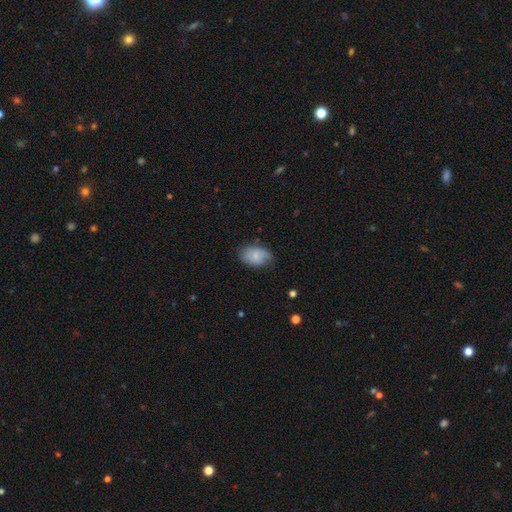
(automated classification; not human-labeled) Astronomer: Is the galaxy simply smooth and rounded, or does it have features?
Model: smooth — 71%.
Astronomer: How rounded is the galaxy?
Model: in between — 87%.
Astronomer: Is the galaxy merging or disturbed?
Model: none — 64%.